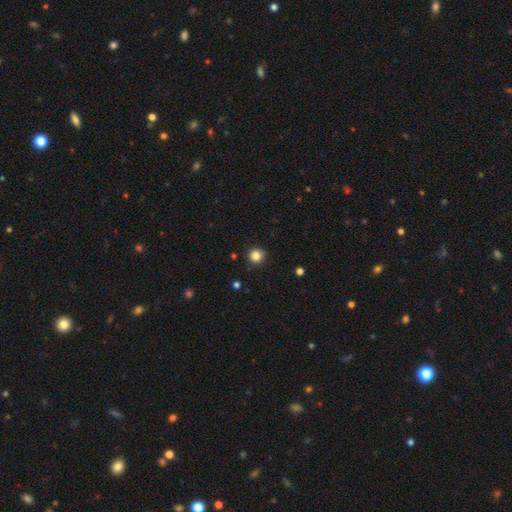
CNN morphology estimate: Smooth or featured? smooth (84%)
How rounded? round (93%)
Merging? none (86%)